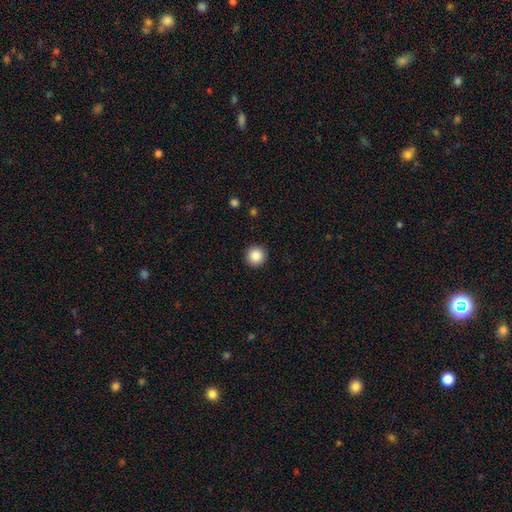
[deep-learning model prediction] Q: Smooth or featured?
A: smooth (88%); runner-up: star or artifact (9%)
Q: How rounded?
A: round (96%); runner-up: in between (3%)
Q: Merging?
A: none (93%); runner-up: minor disturbance (5%)